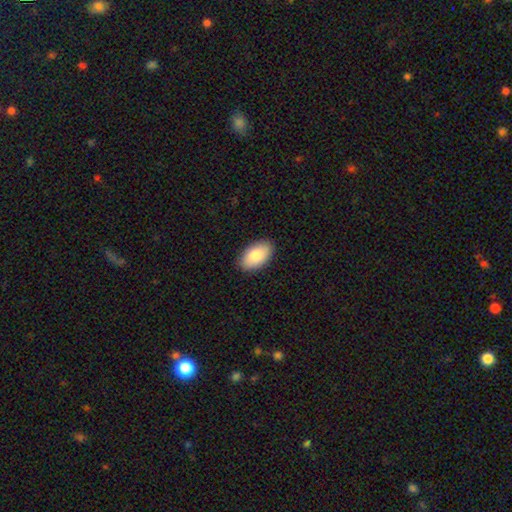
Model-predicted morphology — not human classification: Smooth or featured? Predicted: smooth (p=0.84). How rounded? Predicted: in between (p=0.95). Merging? Predicted: none (p=0.88).